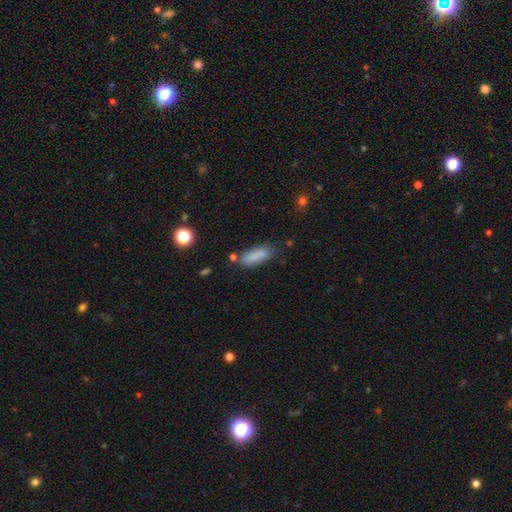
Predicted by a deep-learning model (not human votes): Overall: smooth (84%). How rounded: in between (58%; cigar-shaped 40%). Merging: none (72%).